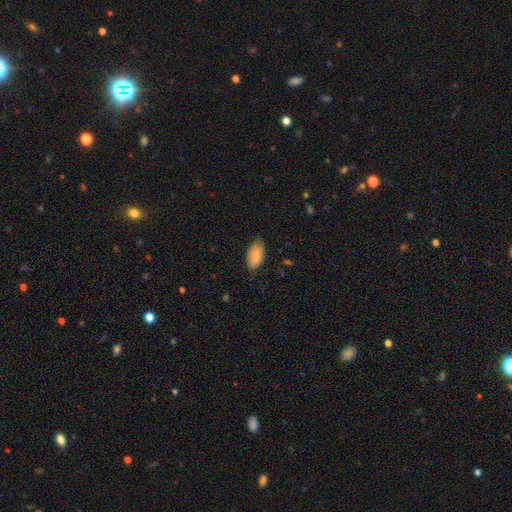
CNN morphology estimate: The model was most divided on "merging": none: 75%, minor disturbance: 21%, major disturbance: 3%, merger: 1%. More confident: how rounded — in between (94%); smooth or featured — smooth (81%).